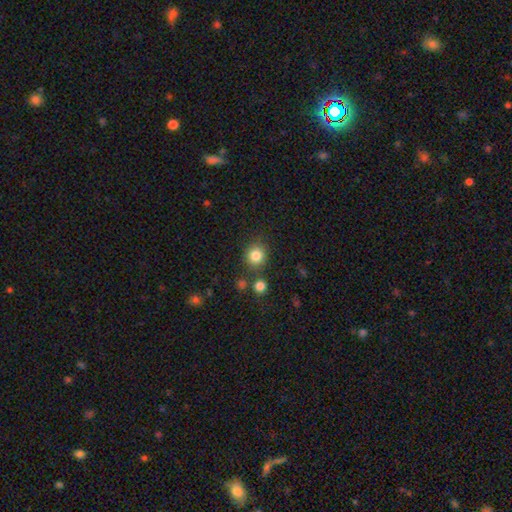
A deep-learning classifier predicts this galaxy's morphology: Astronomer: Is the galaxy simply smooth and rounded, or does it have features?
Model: smooth — 83%.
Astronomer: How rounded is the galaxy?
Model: round — 88%.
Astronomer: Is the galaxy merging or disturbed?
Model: none — 81%.